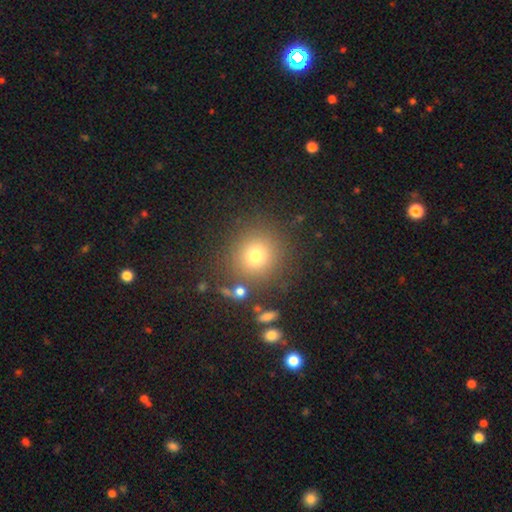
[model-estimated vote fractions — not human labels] A smooth galaxy with no disk features (75%) that is round (92%).

Vote fractions:
- Smooth or featured? smooth: 75% / star or artifact: 15% / featured or disk: 10%
- How rounded? round: 92% / in between: 7% / cigar-shaped: 1%
- Merging? none: 84% / minor disturbance: 8% / merger: 4% / major disturbance: 4%